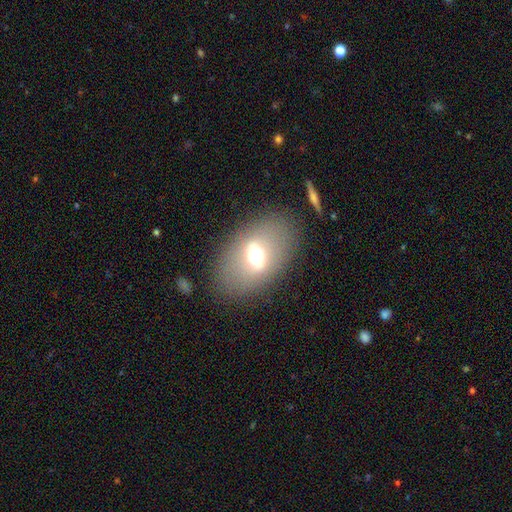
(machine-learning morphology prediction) This is possibly a smooth galaxy (46%). Merging: clearly none (81%).